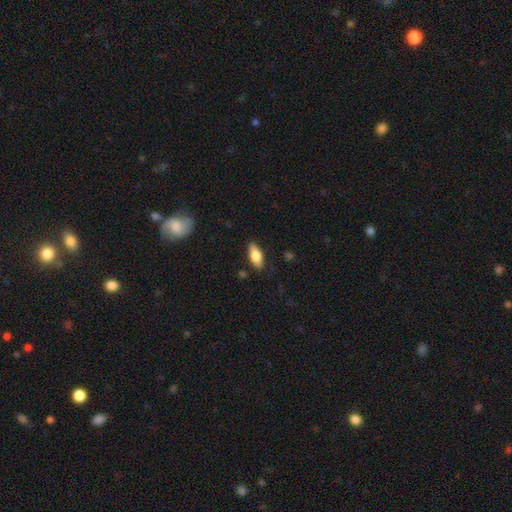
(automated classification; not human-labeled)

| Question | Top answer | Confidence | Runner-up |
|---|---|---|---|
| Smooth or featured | smooth | 73% | featured or disk (21%) |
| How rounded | in between | 76% | cigar-shaped (21%) |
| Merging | none | 85% | minor disturbance (11%) |